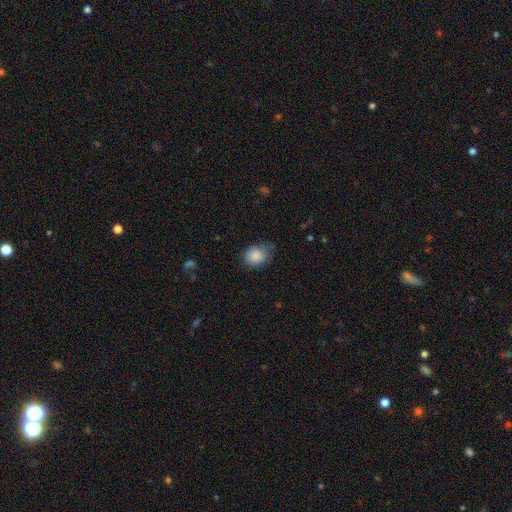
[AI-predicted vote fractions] smooth 86%, star or artifact 8%, featured or disk 7%. Down the decision tree: how rounded — in between (59%); merging — none (58%).